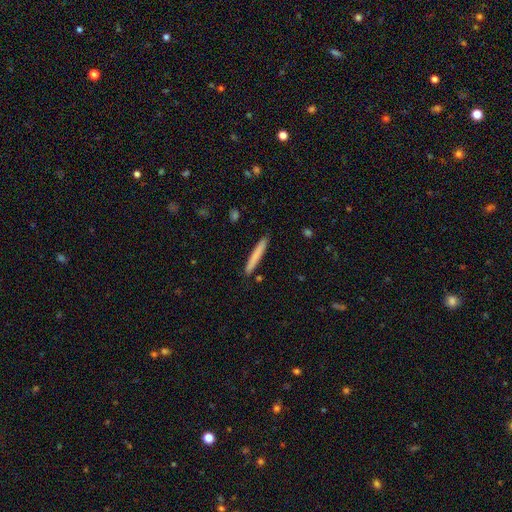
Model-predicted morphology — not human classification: A smooth galaxy with no disk features (76%) that is cigar-shaped (97%).

Vote fractions:
- Smooth or featured? smooth: 76% / featured or disk: 18% / star or artifact: 6%
- How rounded? cigar-shaped: 97% / in between: 2% / round: 1%
- Merging? none: 91% / minor disturbance: 7% / merger: 1% / major disturbance: 1%